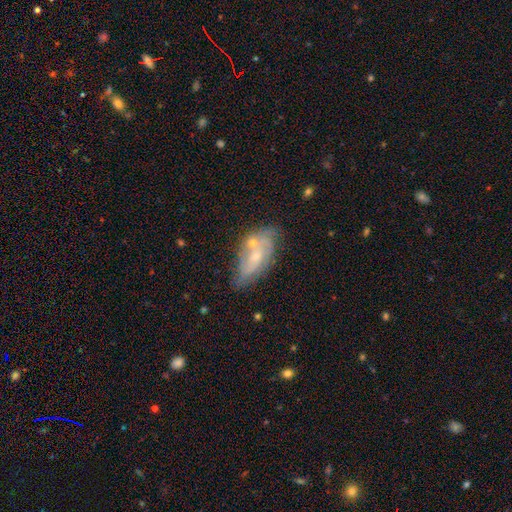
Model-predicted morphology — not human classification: Smooth or featured? Predicted: featured or disk (p=0.63). Edge-on disk? Predicted: no (p=0.90). Bar? Predicted: no (p=0.65). Spiral arms? Predicted: yes (p=0.71). Bulge size? Predicted: small (p=0.63). Merging? Predicted: none (p=0.53).